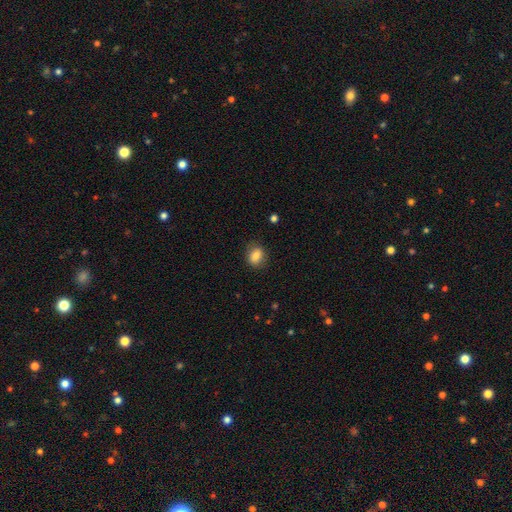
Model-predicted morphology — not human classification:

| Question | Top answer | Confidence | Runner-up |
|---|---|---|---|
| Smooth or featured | smooth | 84% | star or artifact (9%) |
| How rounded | in between | 53% | round (45%) |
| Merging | none | 82% | minor disturbance (13%) |